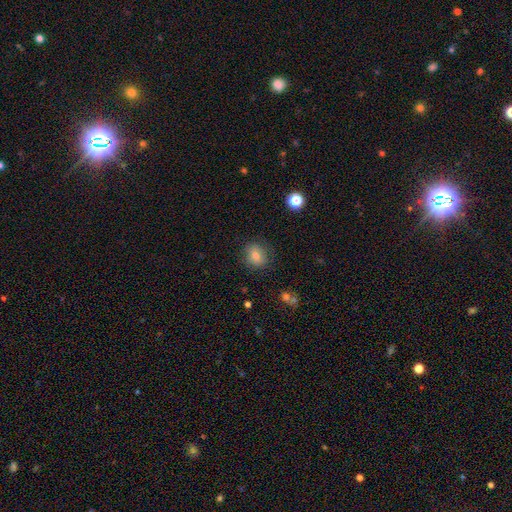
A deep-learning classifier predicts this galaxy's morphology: This appears to be a smooth galaxy with no disk features (74%) that is round (74%). Merging: none (82%).